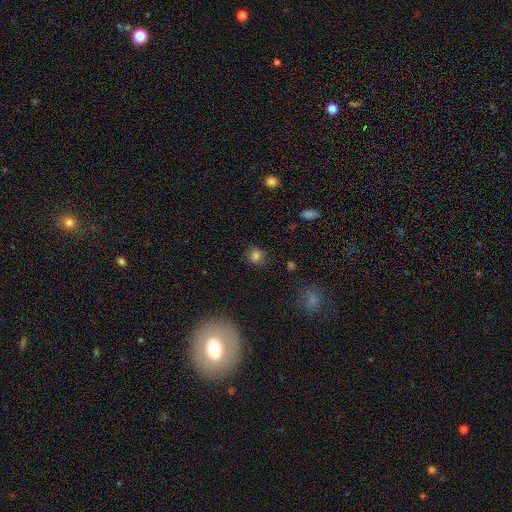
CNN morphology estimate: smooth 78%, star or artifact 15%, featured or disk 7%. Down the decision tree: how rounded — round (86%); merging — none (81%).